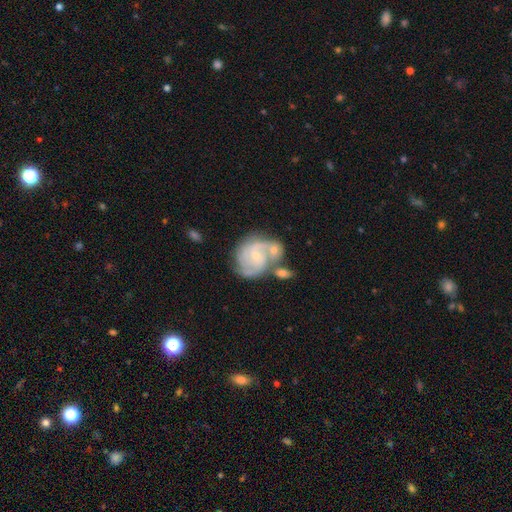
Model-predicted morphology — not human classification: Q: Smooth or featured?
A: featured or disk (83%); runner-up: smooth (11%)
Q: Edge-on disk?
A: no (98%); runner-up: yes (2%)
Q: Bar?
A: no (66%); runner-up: weak (29%)
Q: Spiral arms?
A: yes (95%); runner-up: no (5%)
Q: Spiral winding?
A: tight (50%); runner-up: medium (41%)
Q: Spiral arm count?
A: 3 (35%); tied with: 2 (35%)
Q: Bulge size?
A: small (71%); runner-up: moderate (24%)
Q: Merging?
A: none (42%); runner-up: merger (33%)